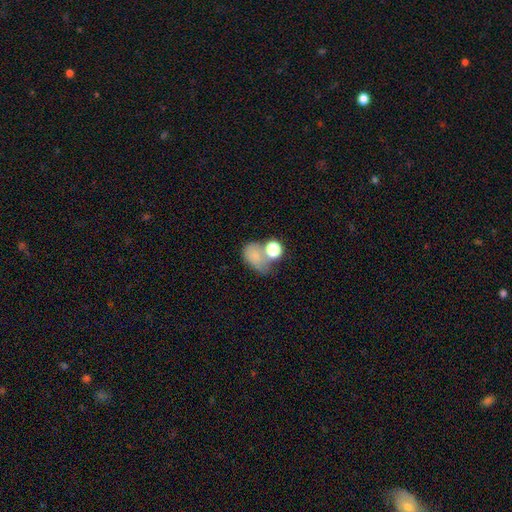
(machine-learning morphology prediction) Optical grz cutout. It shows a smooth galaxy with no disk features (73%) that is in between round and cigar-shaped (66%). Merging: merger (33%).